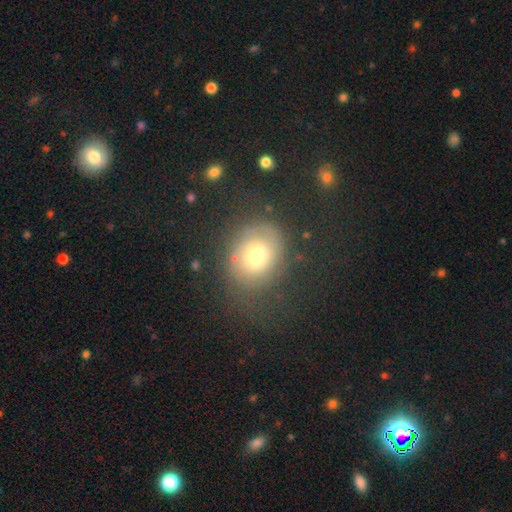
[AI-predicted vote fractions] smooth 62%, featured or disk 25%, star or artifact 13%. Down the decision tree: how rounded — round (61%); merging — none (66%).